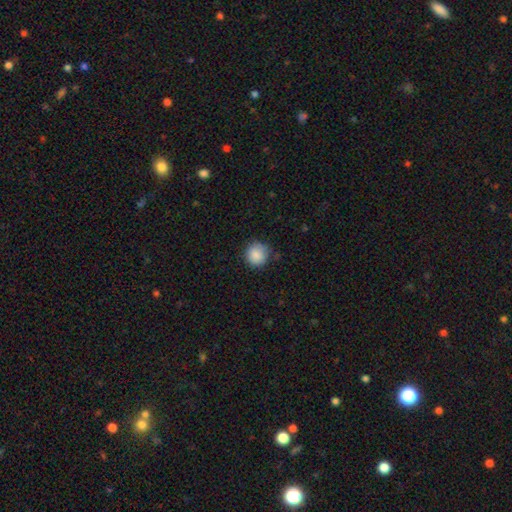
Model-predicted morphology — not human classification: type=smooth (87%); roundness=round (92%); merging=none (77%).